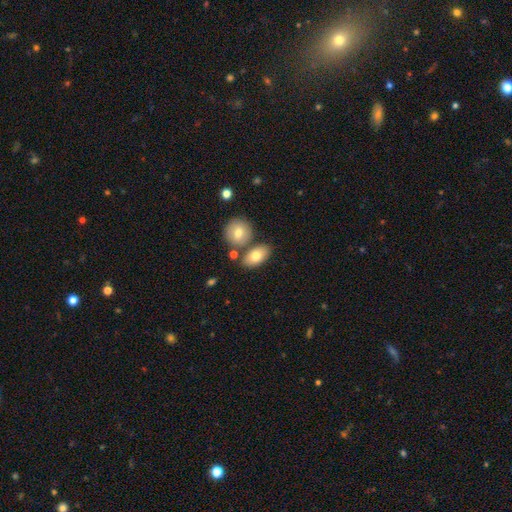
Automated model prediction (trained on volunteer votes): Q: Smooth or featured?
A: smooth (75%); runner-up: featured or disk (18%)
Q: How rounded?
A: in between (87%); runner-up: round (10%)
Q: Merging?
A: none (68%); runner-up: merger (18%)